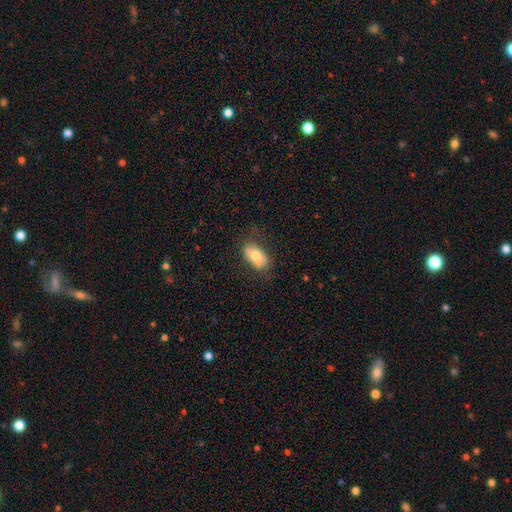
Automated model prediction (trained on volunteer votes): smooth-or-featured: smooth: 71% | featured or disk: 23% | star or artifact: 7%
  how-rounded: in between: 92% | round: 5% | cigar-shaped: 3%
  merging: none: 72% | minor disturbance: 20% | major disturbance: 6% | merger: 1%